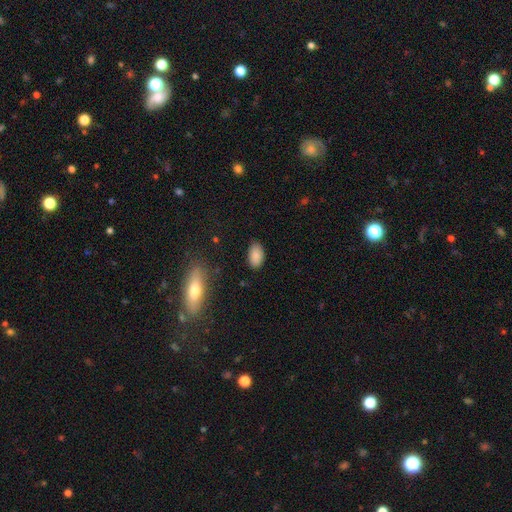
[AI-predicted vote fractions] Smooth or featured?
  - smooth: 86% *
  - star or artifact: 8%
  - featured or disk: 6%
How rounded?
  - in between: 93% *
  - round: 5%
  - cigar-shaped: 2%
Merging?
  - none: 85% *
  - minor disturbance: 11%
  - major disturbance: 3%
  - merger: 1%